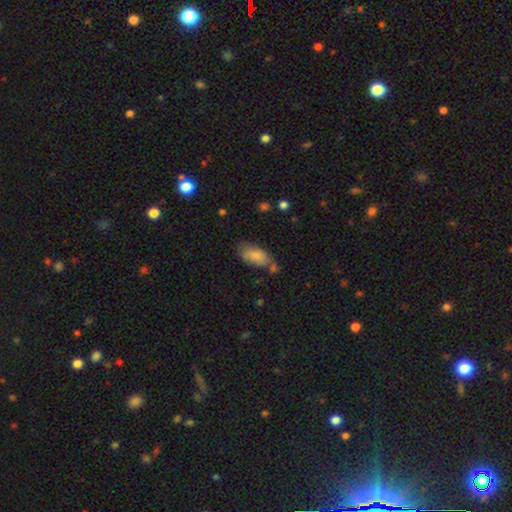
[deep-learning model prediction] Smooth or featured: smooth — 83% (featured or disk — 11%)
How rounded: in between — 91% (cigar-shaped — 7%)
Merging: none — 54% (minor disturbance — 26%)